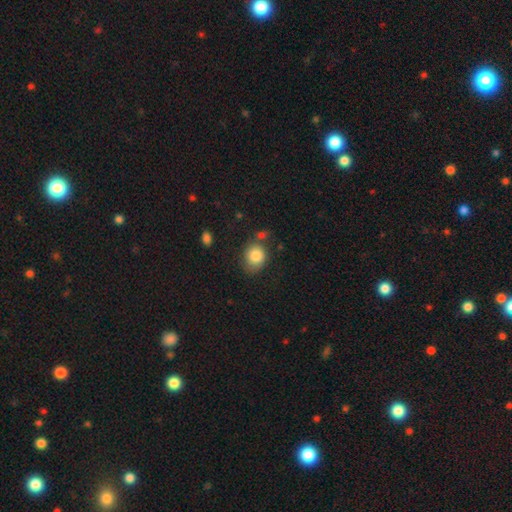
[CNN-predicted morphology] Smooth or featured: smooth — 83% (featured or disk — 8%)
How rounded: round — 63% (in between — 37%)
Merging: none — 64% (minor disturbance — 21%)